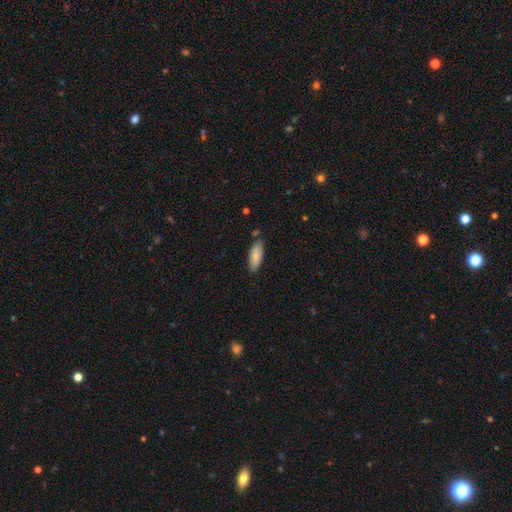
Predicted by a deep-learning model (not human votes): This appears to be a smooth galaxy with no disk features (79%) that is in between round and cigar-shaped (74%). Merging: none (78%).